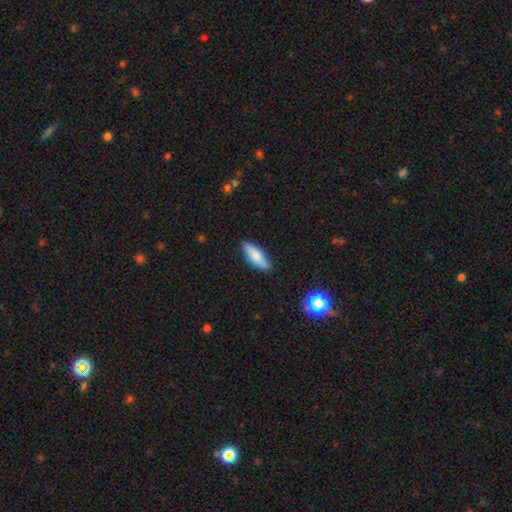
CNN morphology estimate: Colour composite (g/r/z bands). It shows a smooth galaxy with no disk features (81%) that is in between round and cigar-shaped (54%). Merging: none (87%).